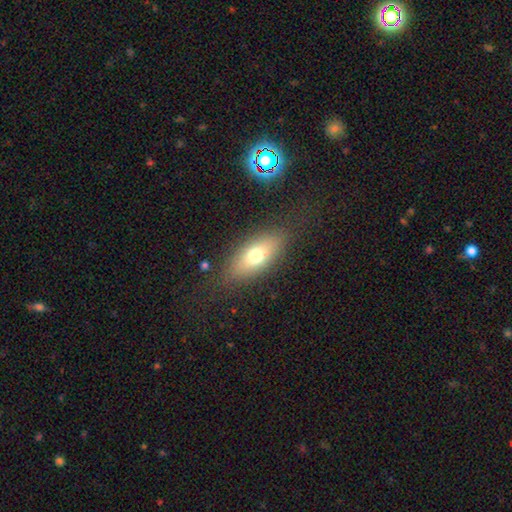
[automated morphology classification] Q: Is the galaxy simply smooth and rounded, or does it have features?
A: smooth — 68%.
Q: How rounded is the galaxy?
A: in between — 78%.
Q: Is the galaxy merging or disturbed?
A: none — 81%.